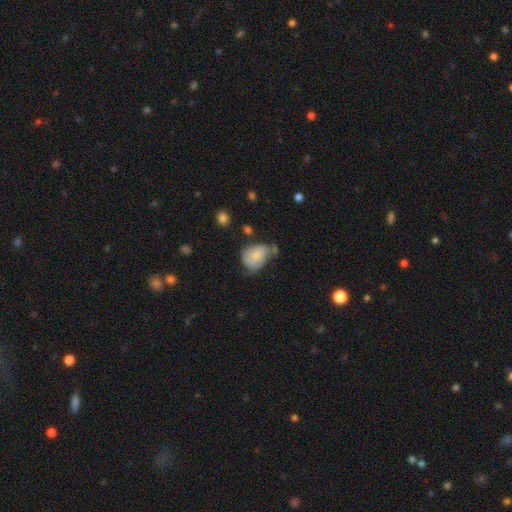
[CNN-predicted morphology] Smooth or featured? smooth (81%)
How rounded? in between (66%)
Merging? none (38%)